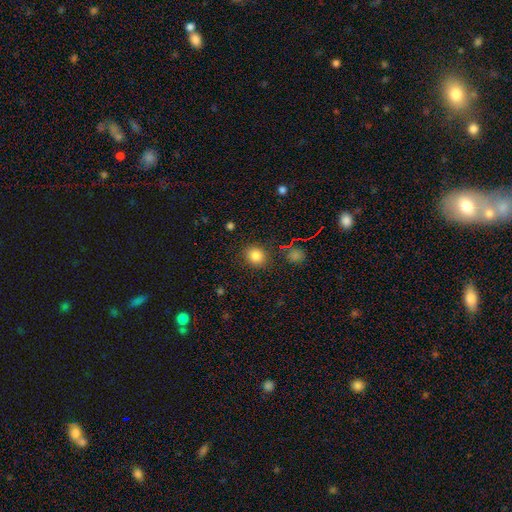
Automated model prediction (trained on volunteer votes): This appears to be a smooth galaxy with no disk features (82%) that is round (79%). Merging: none (86%).